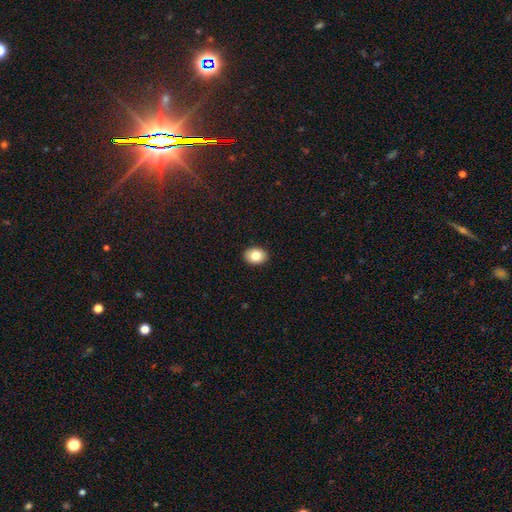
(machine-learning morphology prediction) Q: Smooth or featured?
A: smooth (81%); runner-up: featured or disk (11%)
Q: How rounded?
A: in between (64%); runner-up: round (35%)
Q: Merging?
A: none (91%); runner-up: minor disturbance (6%)